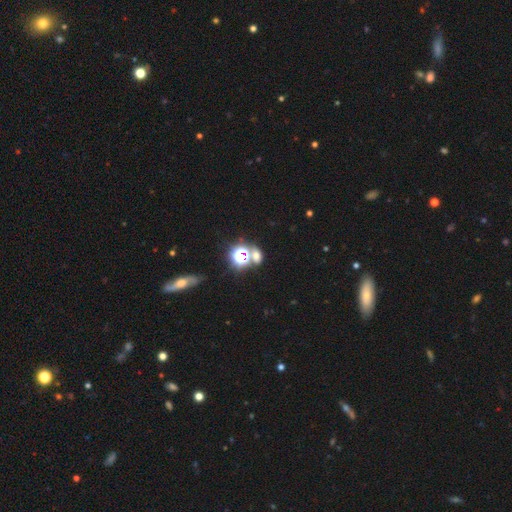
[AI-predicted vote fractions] smooth-or-featured: star or artifact: 46% | smooth: 44% | featured or disk: 11%